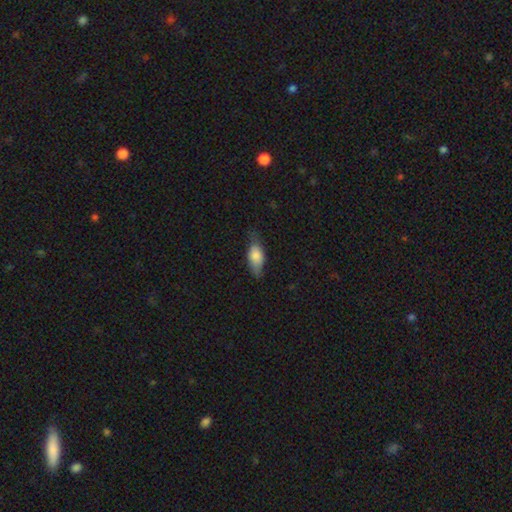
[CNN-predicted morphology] This is likely a smooth galaxy (73%). How rounded: clearly in between (84%). Merging: likely none (61%).